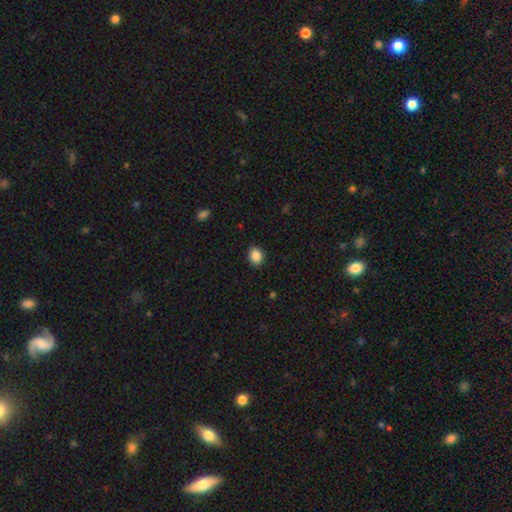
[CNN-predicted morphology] The model was most divided on "how rounded": round: 50%, in between: 49%, cigar-shaped: 1%. More confident: merging — none (90%); smooth or featured — smooth (88%).